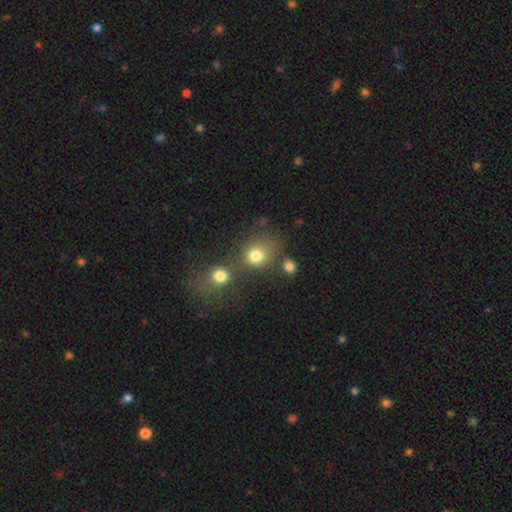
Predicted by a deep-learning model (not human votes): This is likely a smooth galaxy (78%). How rounded: likely round (72%). Merging: possibly none (50%).